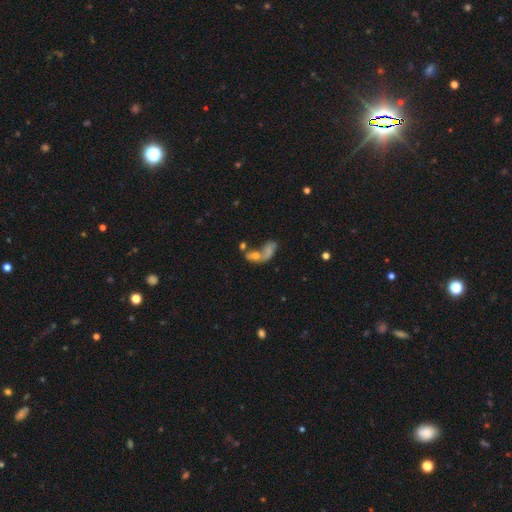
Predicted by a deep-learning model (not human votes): This appears to be a smooth galaxy with no disk features (47%). Merging: merger (60%).